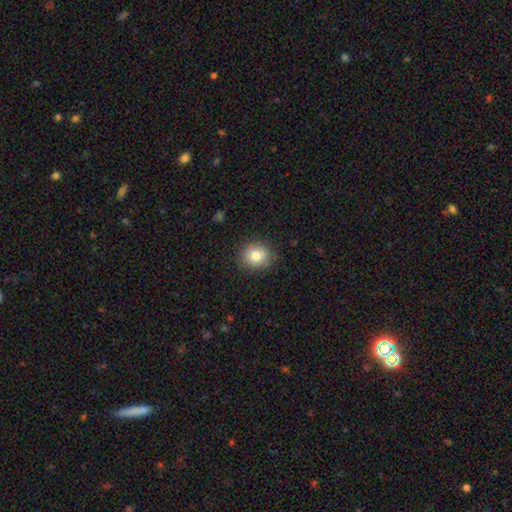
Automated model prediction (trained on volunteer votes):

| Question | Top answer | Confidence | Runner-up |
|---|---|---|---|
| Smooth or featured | smooth | 80% | star or artifact (10%) |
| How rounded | round | 80% | in between (19%) |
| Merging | none | 86% | minor disturbance (10%) |